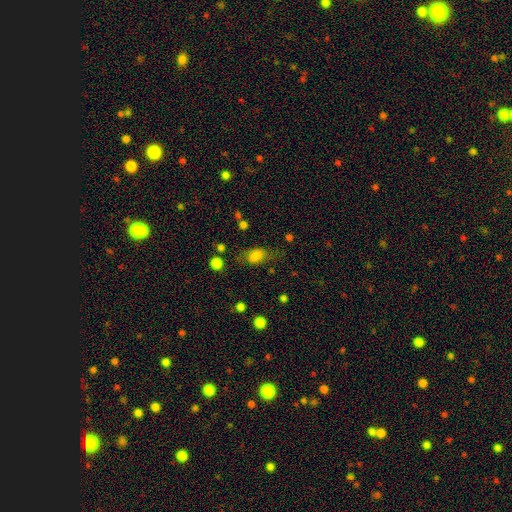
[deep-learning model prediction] smooth_or_featured: smooth (p=0.76) [alt: featured or disk p=0.13]
how_rounded: in between (p=0.83) [alt: round p=0.14]
merging: none (p=0.58) [alt: minor disturbance p=0.24]